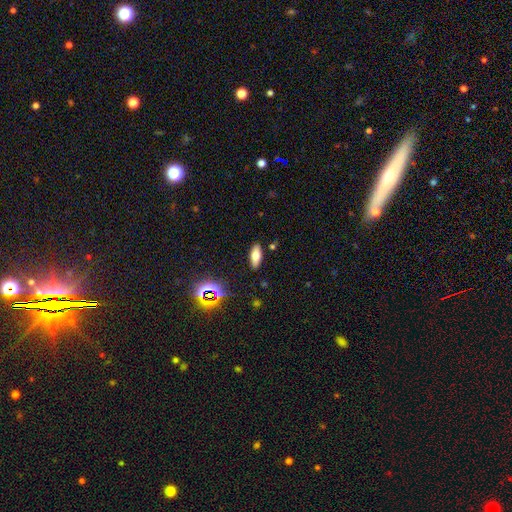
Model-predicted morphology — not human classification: smooth-or-featured: smooth: 67% | featured or disk: 20% | star or artifact: 14%
  how-rounded: in between: 78% | cigar-shaped: 19% | round: 3%
  merging: none: 87% | minor disturbance: 9% | major disturbance: 2% | merger: 2%